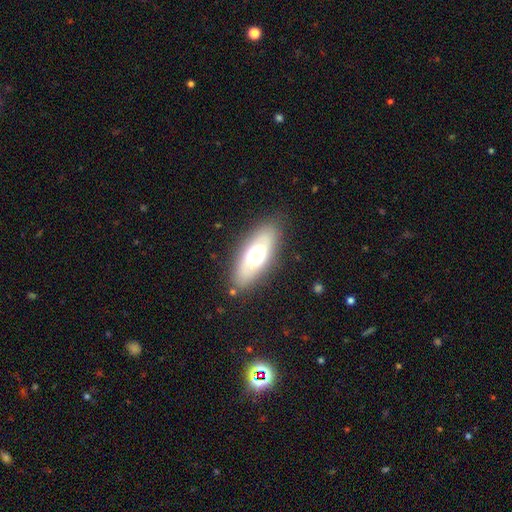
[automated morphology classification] This appears to be a smooth galaxy with no disk features (56%) that is in between round and cigar-shaped (77%). Merging: none (83%).